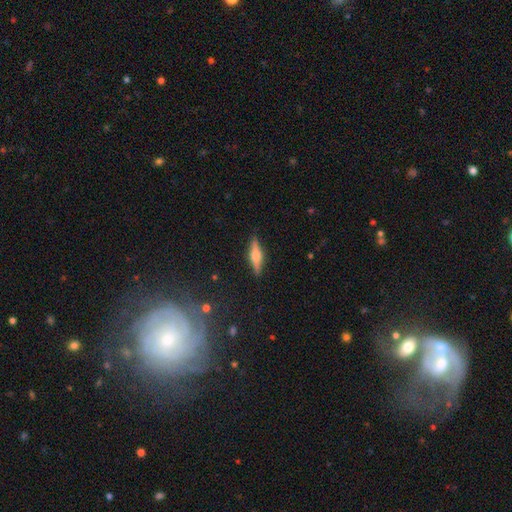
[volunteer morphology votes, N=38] This appears to be a featured or disk galaxy (55%) viewed edge-on (100%) with a rounded central bulge (81%). Merging: none (86%).